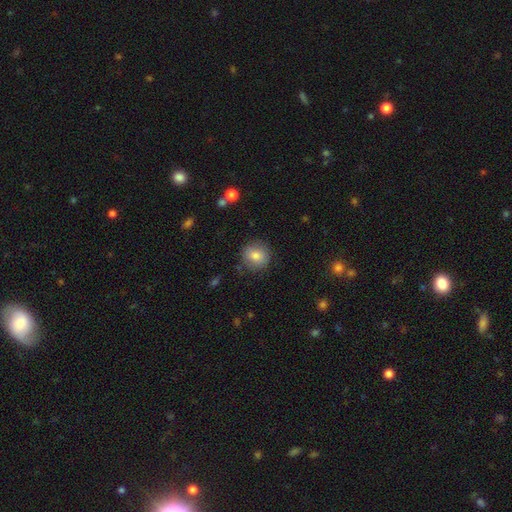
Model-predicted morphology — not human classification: Q: Smooth or featured?
A: smooth (80%); runner-up: featured or disk (11%)
Q: How rounded?
A: round (88%); runner-up: in between (11%)
Q: Merging?
A: none (83%); runner-up: minor disturbance (12%)